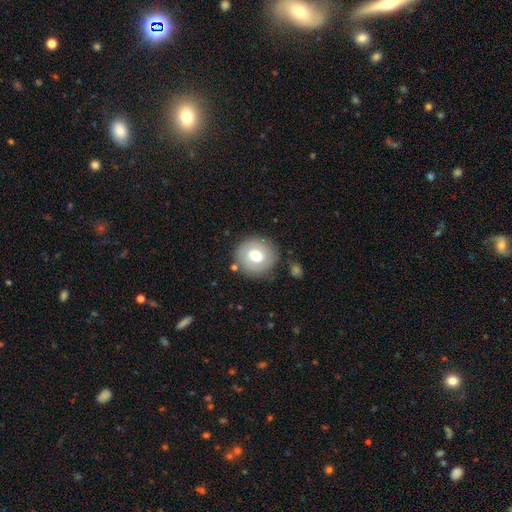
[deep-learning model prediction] Q: Smooth or featured?
A: smooth (68%); runner-up: featured or disk (25%)
Q: How rounded?
A: round (90%); runner-up: in between (9%)
Q: Merging?
A: none (82%); runner-up: minor disturbance (11%)